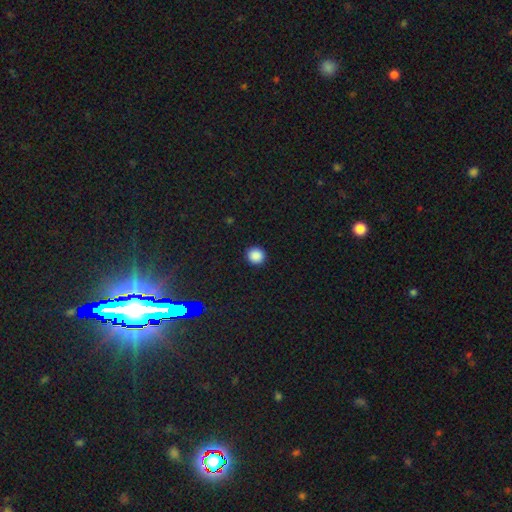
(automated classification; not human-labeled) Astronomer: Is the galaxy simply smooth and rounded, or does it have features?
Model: smooth — 87%.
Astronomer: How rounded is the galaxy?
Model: round — 92%.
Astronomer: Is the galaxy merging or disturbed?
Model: none — 92%.